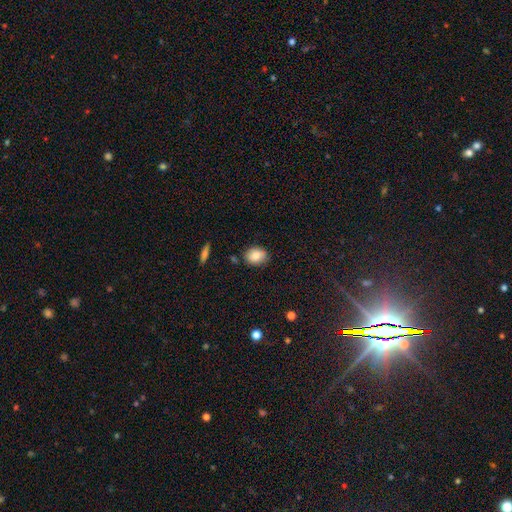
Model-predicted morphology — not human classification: Smooth or featured: smooth — 84% (featured or disk — 8%)
How rounded: in between — 58% (round — 41%)
Merging: none — 83% (minor disturbance — 12%)